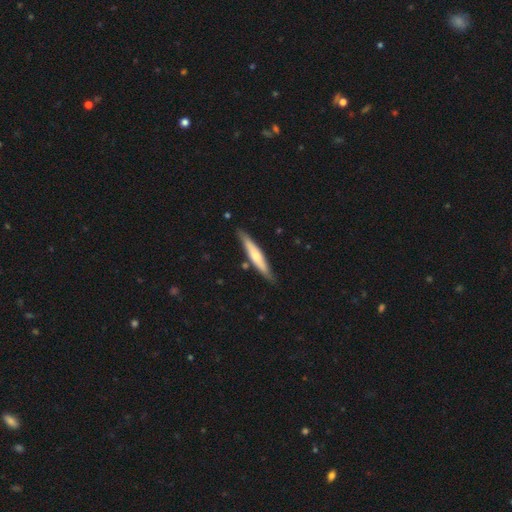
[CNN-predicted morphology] Smooth or featured? smooth (53%)
How rounded? cigar-shaped (91%)
Merging? none (82%)